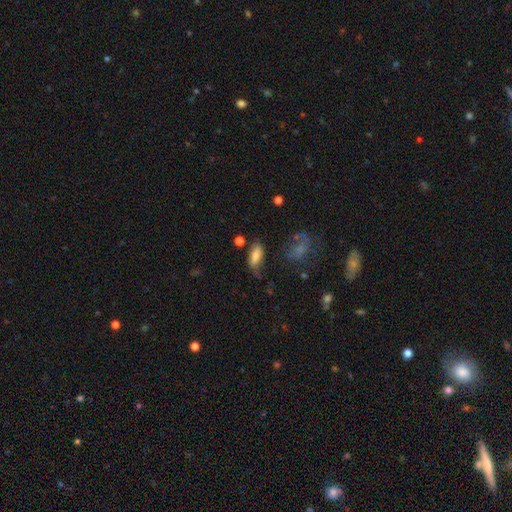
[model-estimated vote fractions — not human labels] Q: Smooth or featured?
A: smooth (74%); runner-up: featured or disk (17%)
Q: How rounded?
A: in between (80%); runner-up: cigar-shaped (17%)
Q: Merging?
A: none (53%); runner-up: minor disturbance (29%)